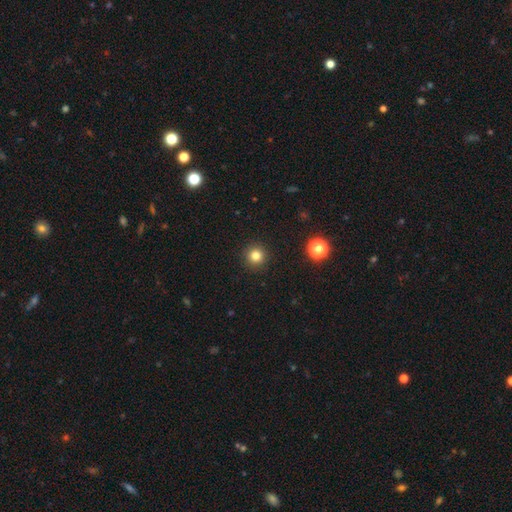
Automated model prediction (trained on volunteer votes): smooth 81%, star or artifact 13%, featured or disk 6%. Down the decision tree: how rounded — round (95%); merging — none (92%).